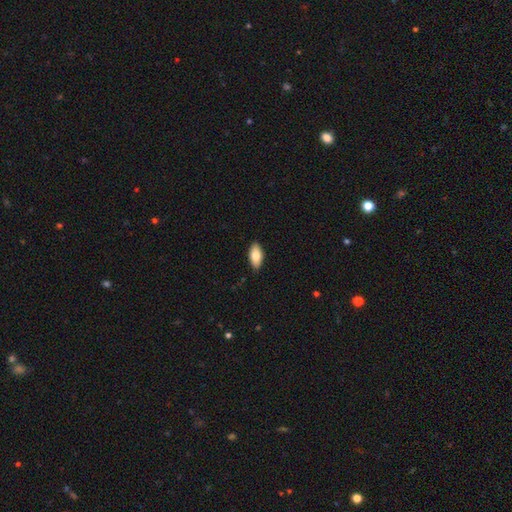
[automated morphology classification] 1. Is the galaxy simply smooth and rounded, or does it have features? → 83% smooth, 11% featured or disk, 6% star or artifact.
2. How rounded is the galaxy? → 93% in between, 5% cigar-shaped, 2% round.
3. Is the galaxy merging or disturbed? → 89% none, 9% minor disturbance, 2% major disturbance, 1% merger.